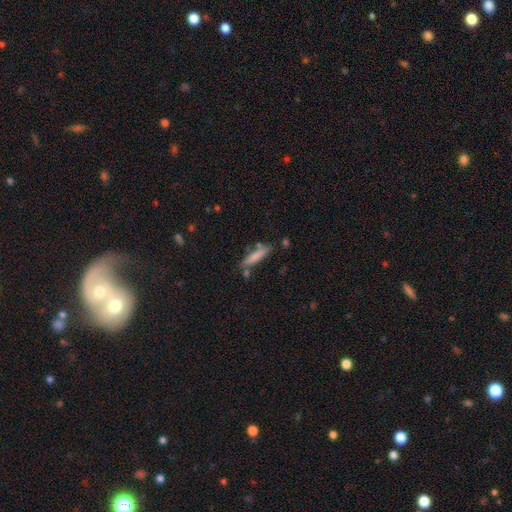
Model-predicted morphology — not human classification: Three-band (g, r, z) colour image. It shows a smooth galaxy with no disk features (77%) that is cigar-shaped (83%). Merging: none (73%).